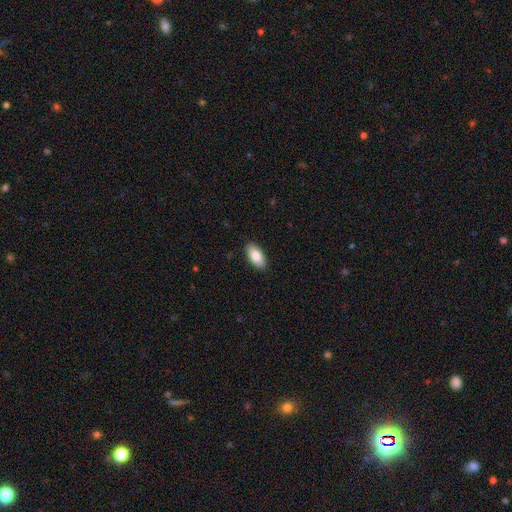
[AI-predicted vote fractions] Smooth or featured? Predicted: smooth (p=0.83). How rounded? Predicted: in between (p=0.91). Merging? Predicted: none (p=0.89).